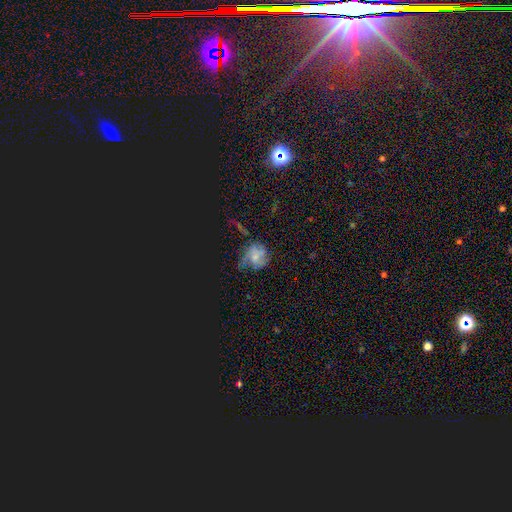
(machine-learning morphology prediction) Smooth or featured?
  - smooth: 40% *
  - featured or disk: 34%
  - star or artifact: 26%
Merging?
  - none: 49% *
  - minor disturbance: 27%
  - major disturbance: 20%
  - merger: 5%